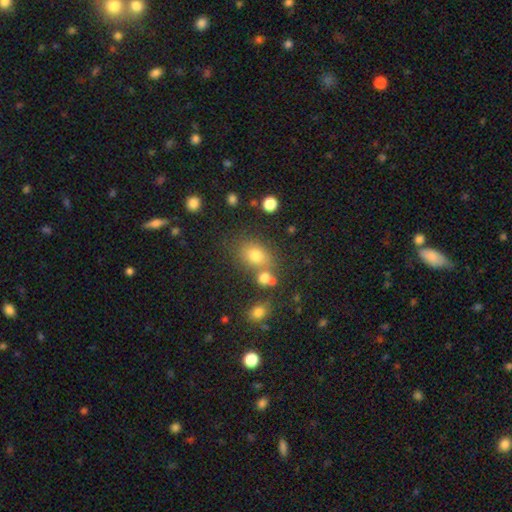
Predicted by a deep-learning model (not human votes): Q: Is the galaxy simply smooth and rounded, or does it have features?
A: smooth — 73%.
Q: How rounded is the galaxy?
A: in between — 60%.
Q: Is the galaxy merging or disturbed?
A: none — 62%.